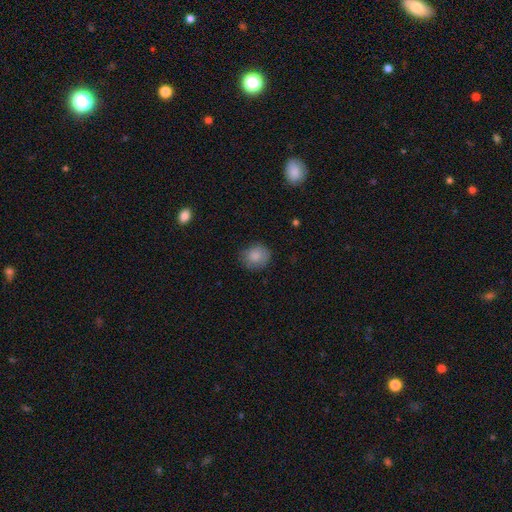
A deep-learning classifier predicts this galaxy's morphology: Smooth or featured? Predicted: smooth (p=0.84). How rounded? Predicted: round (p=0.76). Merging? Predicted: none (p=0.76).